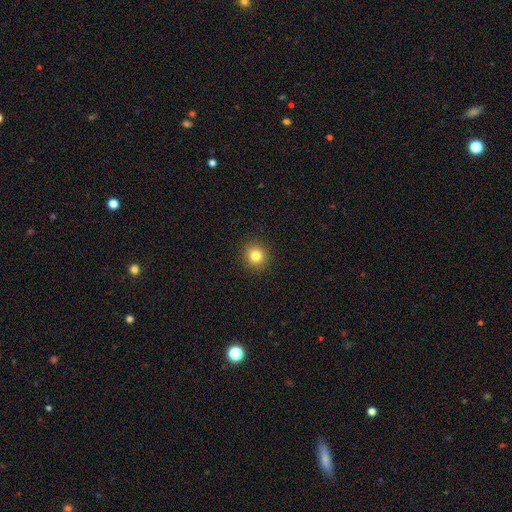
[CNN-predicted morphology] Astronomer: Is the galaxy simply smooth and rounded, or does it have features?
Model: smooth — 81%.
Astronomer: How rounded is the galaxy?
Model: round — 91%.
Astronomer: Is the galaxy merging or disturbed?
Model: none — 92%.